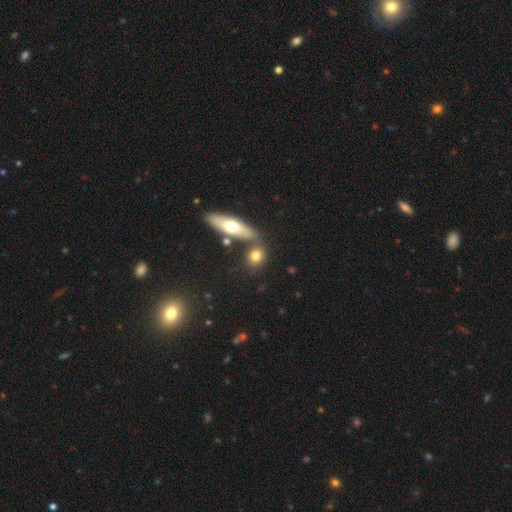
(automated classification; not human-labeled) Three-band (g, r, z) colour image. It shows a smooth galaxy with no disk features (74%) that is round (57%). Merging: none (65%).